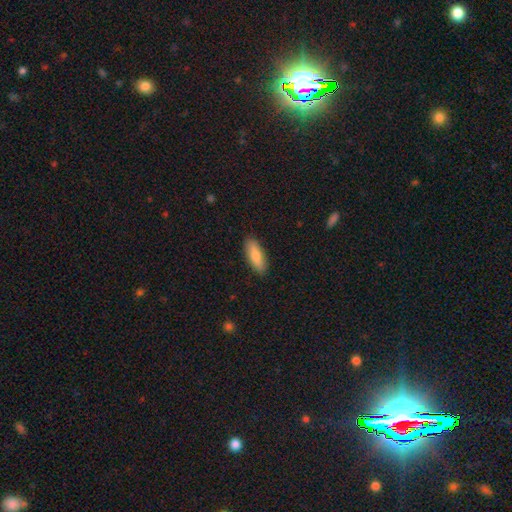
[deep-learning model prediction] Smooth or featured?
  - smooth: 81% *
  - featured or disk: 14%
  - star or artifact: 6%
How rounded?
  - in between: 60% *
  - cigar-shaped: 38%
  - round: 2%
Merging?
  - none: 89% *
  - minor disturbance: 8%
  - major disturbance: 2%
  - merger: 1%